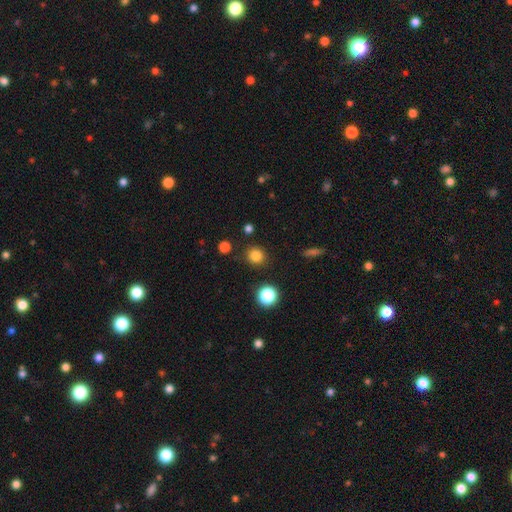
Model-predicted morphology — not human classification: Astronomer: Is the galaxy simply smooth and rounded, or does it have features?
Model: smooth — 82%.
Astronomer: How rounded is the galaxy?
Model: round — 88%.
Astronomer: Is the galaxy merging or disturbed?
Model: none — 88%.